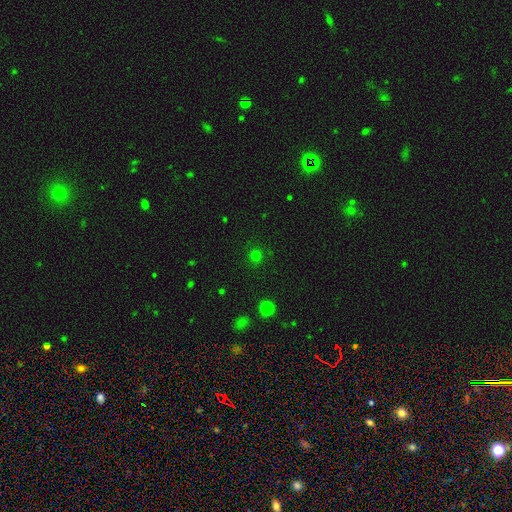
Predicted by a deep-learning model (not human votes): Q: Smooth or featured?
A: smooth (71%); runner-up: star or artifact (24%)
Q: How rounded?
A: round (94%); runner-up: in between (5%)
Q: Merging?
A: none (90%); runner-up: minor disturbance (6%)